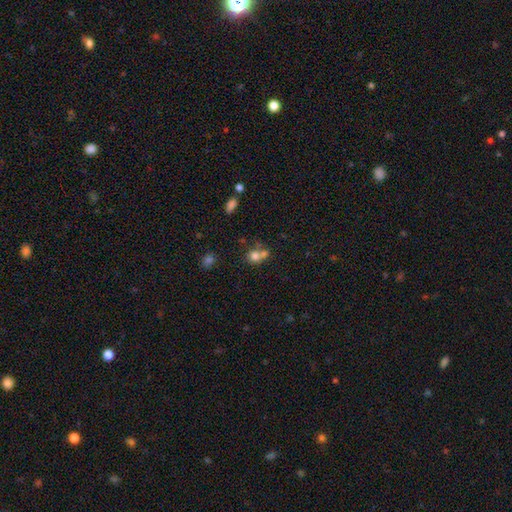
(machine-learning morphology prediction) Smooth or featured?
  - smooth: 74% *
  - featured or disk: 14%
  - star or artifact: 12%
How rounded?
  - round: 70% *
  - in between: 28%
  - cigar-shaped: 1%
Merging?
  - merger: 53% *
  - none: 33%
  - minor disturbance: 9%
  - major disturbance: 5%